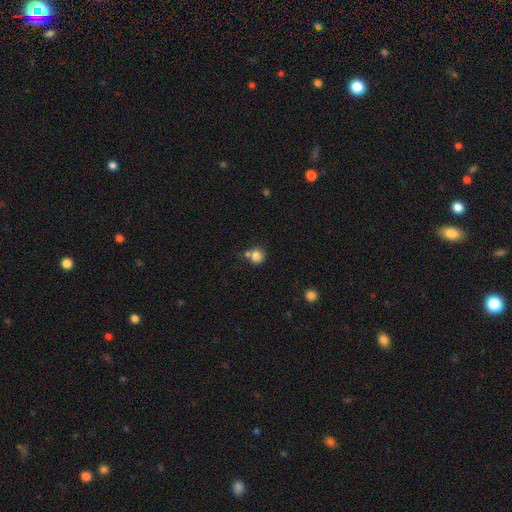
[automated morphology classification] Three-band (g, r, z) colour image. It shows a smooth galaxy with no disk features (82%) that is round (87%). Merging: none (55%).